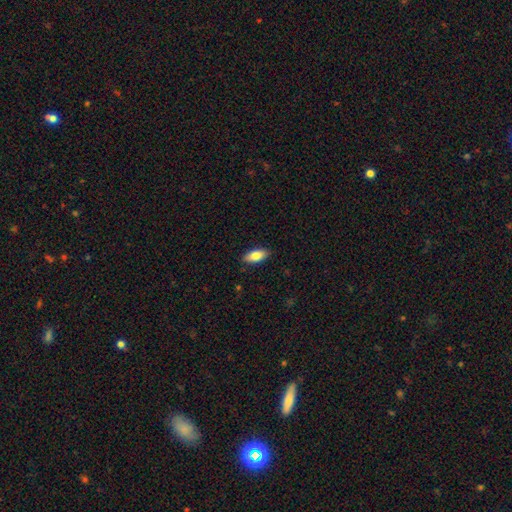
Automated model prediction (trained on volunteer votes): A smooth galaxy with no disk features (80%) that is in between round and cigar-shaped (87%).

Vote fractions:
- Smooth or featured? smooth: 80% / featured or disk: 13% / star or artifact: 6%
- How rounded? in between: 87% / cigar-shaped: 10% / round: 3%
- Merging? none: 88% / minor disturbance: 9% / major disturbance: 2% / merger: 1%